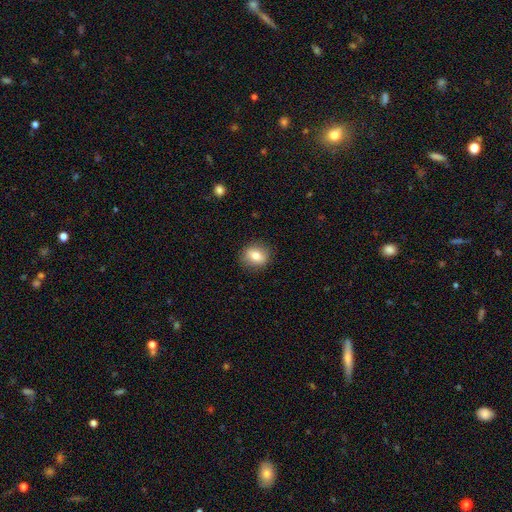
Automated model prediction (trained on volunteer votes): A smooth galaxy with no disk features (76%) that is round (67%). Merging: none (88%).